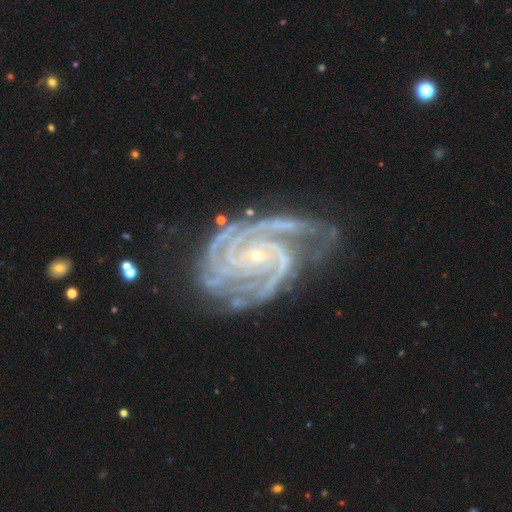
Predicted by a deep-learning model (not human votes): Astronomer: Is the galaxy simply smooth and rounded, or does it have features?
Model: featured or disk — 93%.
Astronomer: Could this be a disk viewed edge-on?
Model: no — 98%.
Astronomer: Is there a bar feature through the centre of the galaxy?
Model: no — 66%.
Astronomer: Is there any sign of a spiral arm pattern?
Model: yes — 99%.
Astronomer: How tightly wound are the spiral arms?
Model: tight — 74%.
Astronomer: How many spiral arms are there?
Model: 3 — 31% (runner-up: 2, 22%).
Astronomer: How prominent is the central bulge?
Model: small — 87%.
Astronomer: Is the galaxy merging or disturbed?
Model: none — 59%.